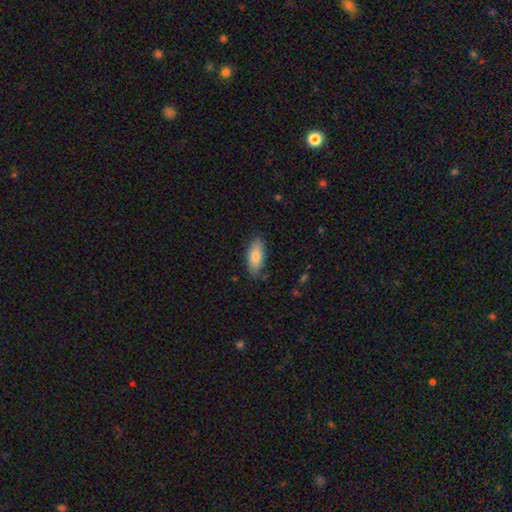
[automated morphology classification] type=smooth (80%); roundness=in between (86%); merging=none (81%).